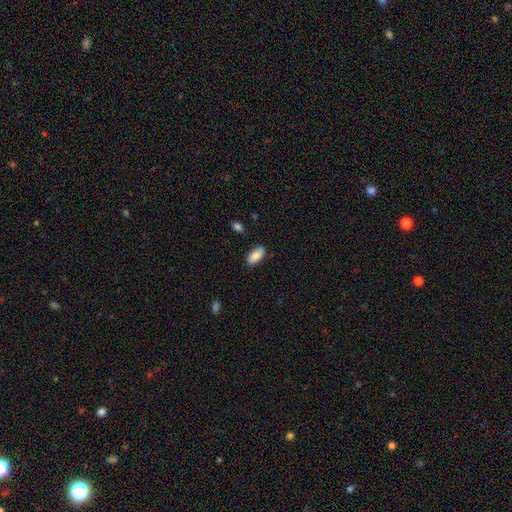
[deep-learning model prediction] This is clearly a smooth galaxy (86%). How rounded: clearly in between (92%). Merging: clearly none (86%).